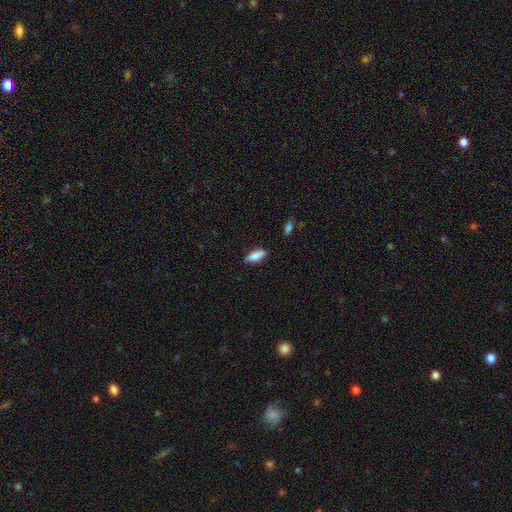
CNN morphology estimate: Smooth or featured? Predicted: smooth (p=0.86). How rounded? Predicted: in between (p=0.77). Merging? Predicted: none (p=0.83).